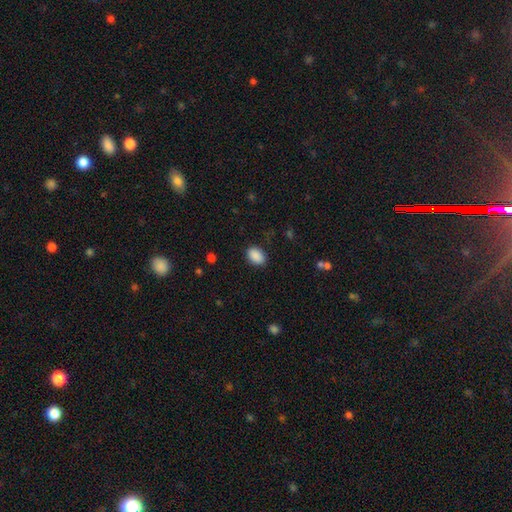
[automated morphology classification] A smooth galaxy with no disk features (90%) that is in between round and cigar-shaped (85%). Merging: none (87%).